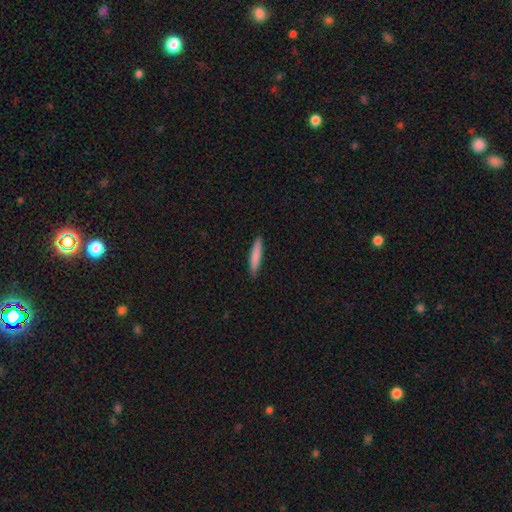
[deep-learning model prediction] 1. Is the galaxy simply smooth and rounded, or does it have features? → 81% smooth, 13% featured or disk, 5% star or artifact.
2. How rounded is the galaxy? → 92% cigar-shaped, 7% in between, 1% round.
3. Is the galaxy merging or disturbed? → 90% none, 7% minor disturbance, 1% major disturbance, 1% merger.